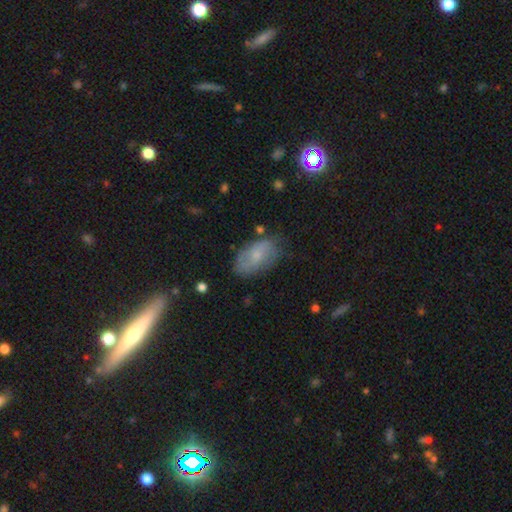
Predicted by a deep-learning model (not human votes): This is likely a smooth galaxy (62%). How rounded: clearly in between (93%). Merging: likely none (64%).